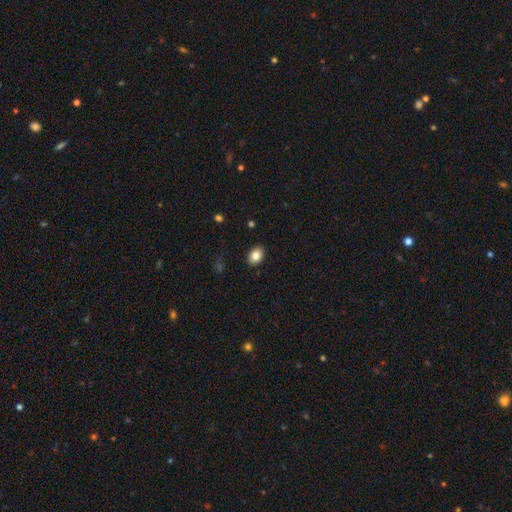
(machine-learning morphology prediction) Smooth or featured? smooth (84%)
How rounded? in between (75%)
Merging? none (89%)